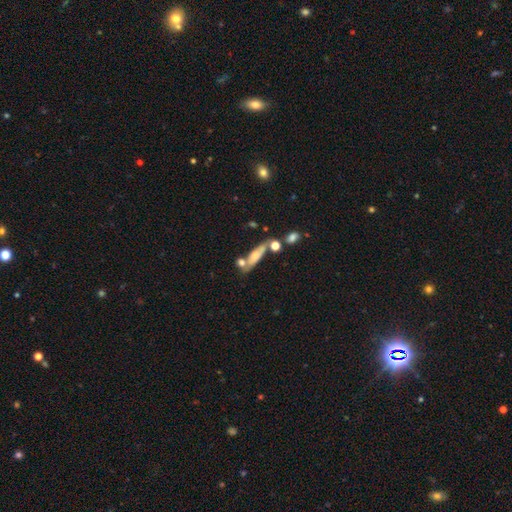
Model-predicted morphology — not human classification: Smooth or featured: smooth — 51% (featured or disk — 38%)
How rounded: cigar-shaped — 61% (in between — 33%)
Merging: none — 52% (merger — 22%)